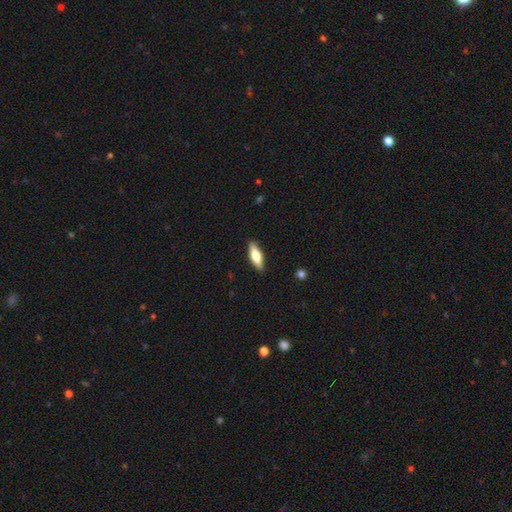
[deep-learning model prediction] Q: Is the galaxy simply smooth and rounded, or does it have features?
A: smooth — 53%.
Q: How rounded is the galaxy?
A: in between — 49%, tied with cigar-shaped.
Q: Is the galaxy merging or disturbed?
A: none — 89%.